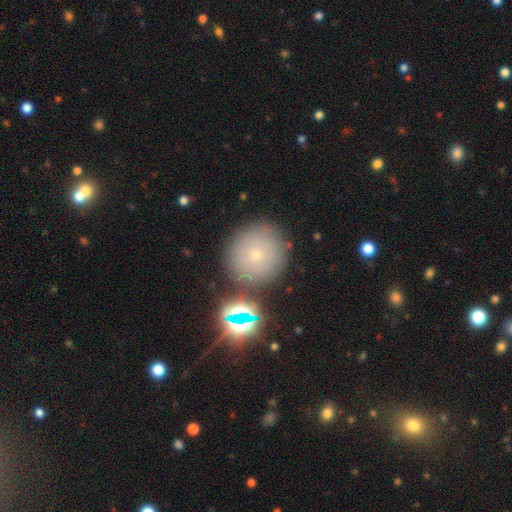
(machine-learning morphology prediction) A smooth galaxy with no disk features (65%) that is round (94%).

Vote fractions:
- Smooth or featured? smooth: 65% / star or artifact: 19% / featured or disk: 16%
- How rounded? round: 94% / in between: 5% / cigar-shaped: 1%
- Merging? none: 82% / minor disturbance: 8% / merger: 7% / major disturbance: 3%